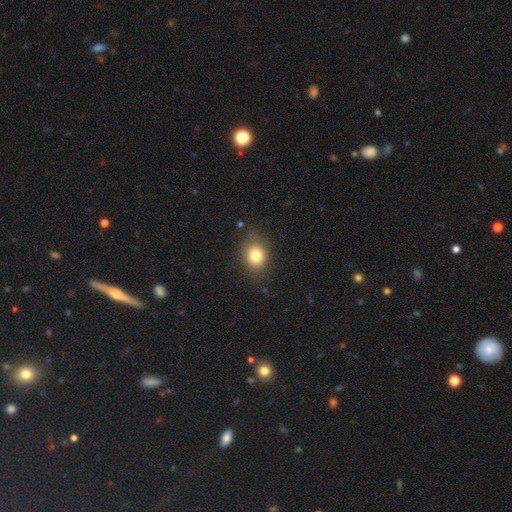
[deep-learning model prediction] A smooth galaxy with no disk features (79%) that is in between round and cigar-shaped (49%, tied with round).

Vote fractions:
- Smooth or featured? smooth: 79% / star or artifact: 11% / featured or disk: 10%
- How rounded? in between: 49% (tied) / round: 49% (tied) / cigar-shaped: 1%
- Merging? none: 77% / minor disturbance: 16% / major disturbance: 5% / merger: 2%